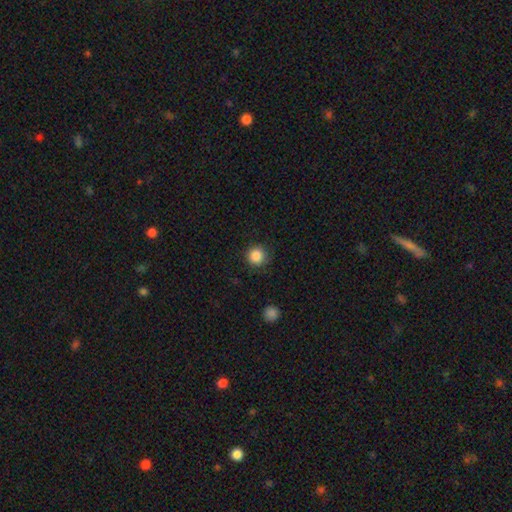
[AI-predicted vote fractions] A smooth galaxy with no disk features (87%) that is round (94%).

Vote fractions:
- Smooth or featured? smooth: 87% / star or artifact: 10% / featured or disk: 4%
- How rounded? round: 94% / in between: 5% / cigar-shaped: 1%
- Merging? none: 87% / minor disturbance: 9% / major disturbance: 3% / merger: 1%